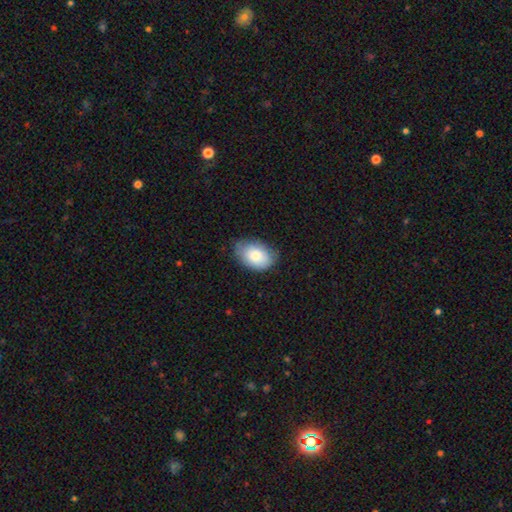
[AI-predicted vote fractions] A smooth galaxy with no disk features (81%) that is in between round and cigar-shaped (85%).

Vote fractions:
- Smooth or featured? smooth: 81% / featured or disk: 12% / star or artifact: 7%
- How rounded? in between: 85% / round: 14% / cigar-shaped: 1%
- Merging? none: 72% / minor disturbance: 23% / major disturbance: 4% / merger: 1%